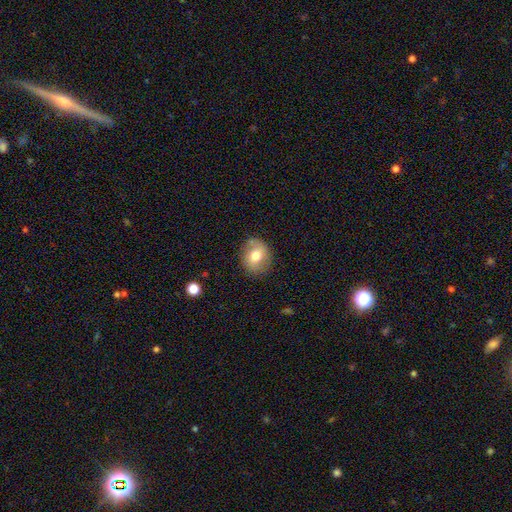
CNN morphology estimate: Overall: smooth (66%; featured or disk 26%). How rounded: round (60%; in between 39%). Merging: none (78%).